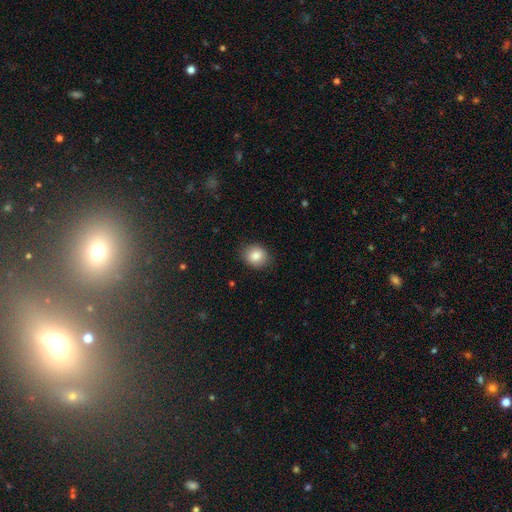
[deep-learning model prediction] This appears to be a smooth galaxy with no disk features (85%) that is round (58%). Merging: none (85%).